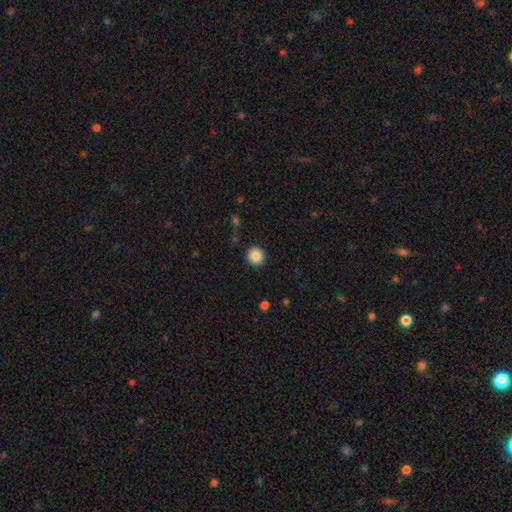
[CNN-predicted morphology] This appears to be a smooth galaxy with no disk features (87%) that is round (94%). Merging: none (91%).